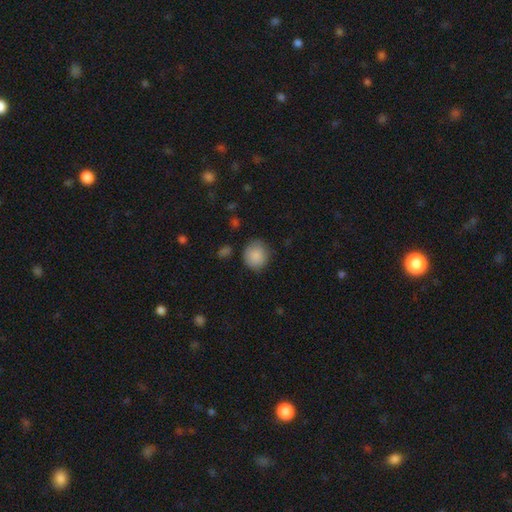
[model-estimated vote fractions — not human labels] The model was most divided on "merging": none: 81%, minor disturbance: 14%, major disturbance: 3%, merger: 2%. More confident: smooth or featured — smooth (88%); how rounded — round (86%).